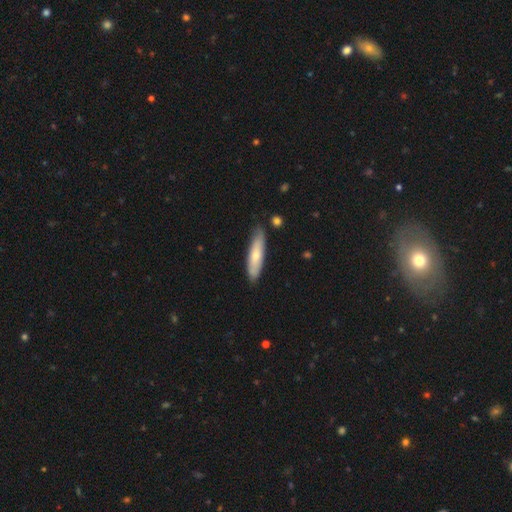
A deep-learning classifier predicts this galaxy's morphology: Smooth or featured: smooth — 65% (featured or disk — 29%)
How rounded: cigar-shaped — 76% (in between — 23%)
Merging: none — 81% (minor disturbance — 14%)